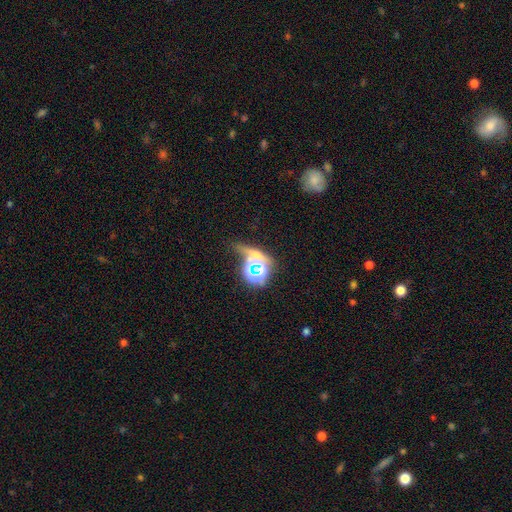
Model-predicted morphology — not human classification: A star or artifact, not a galaxy (55%).